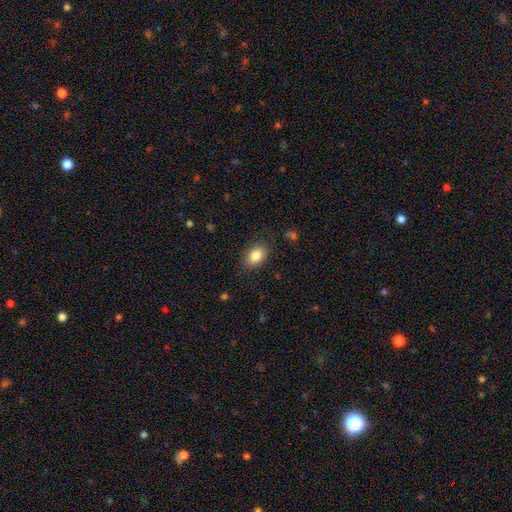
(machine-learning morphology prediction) A smooth galaxy with no disk features (84%) that is in between round and cigar-shaped (84%).

Vote fractions:
- Smooth or featured? smooth: 84% / star or artifact: 8% / featured or disk: 8%
- How rounded? in between: 84% / round: 15% / cigar-shaped: 1%
- Merging? none: 85% / minor disturbance: 11% / major disturbance: 3% / merger: 1%